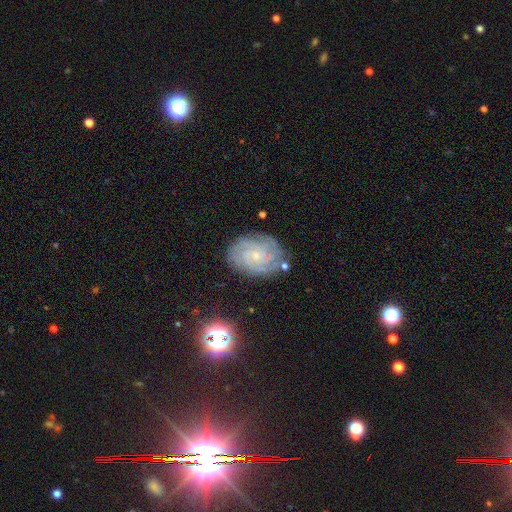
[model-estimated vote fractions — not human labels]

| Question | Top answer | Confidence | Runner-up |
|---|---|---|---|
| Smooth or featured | featured or disk | 81% | smooth (9%) |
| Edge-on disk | no | 97% | yes (3%) |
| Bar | no | 75% | weak (21%) |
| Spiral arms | yes | 97% | no (3%) |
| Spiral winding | tight | 75% | medium (21%) |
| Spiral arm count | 4 | 29% | can't tell (24%) |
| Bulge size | small | 82% | moderate (14%) |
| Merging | none | 79% | minor disturbance (14%) |